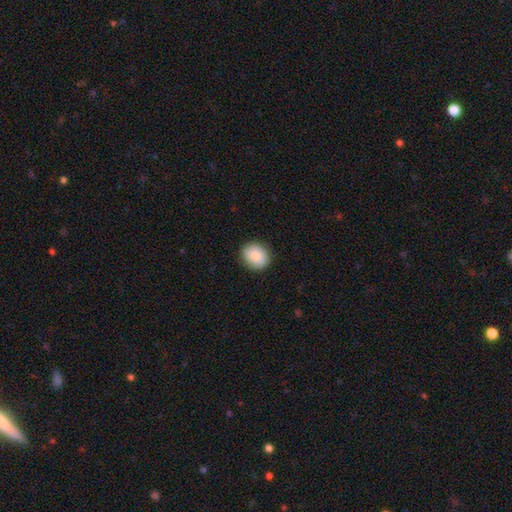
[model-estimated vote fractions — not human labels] Smooth or featured? smooth (86%)
How rounded? round (63%)
Merging? none (88%)